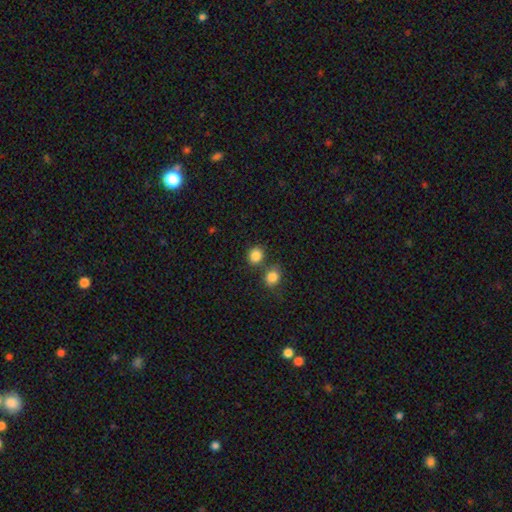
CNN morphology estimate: A smooth galaxy with no disk features (85%) that is round (75%).

Vote fractions:
- Smooth or featured? smooth: 85% / star or artifact: 11% / featured or disk: 5%
- How rounded? round: 75% / in between: 24% / cigar-shaped: 1%
- Merging? none: 66% / merger: 22% / minor disturbance: 9% / major disturbance: 3%